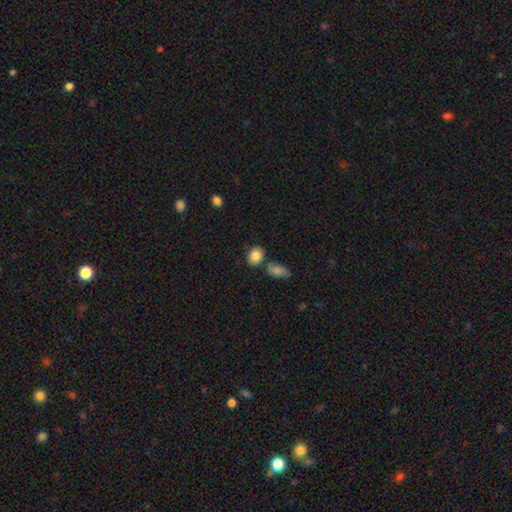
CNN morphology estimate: Smooth or featured?
  - smooth: 85% *
  - star or artifact: 8%
  - featured or disk: 7%
How rounded?
  - round: 52% *
  - in between: 47%
  - cigar-shaped: 1%
Merging?
  - none: 69% *
  - merger: 15%
  - minor disturbance: 13%
  - major disturbance: 3%